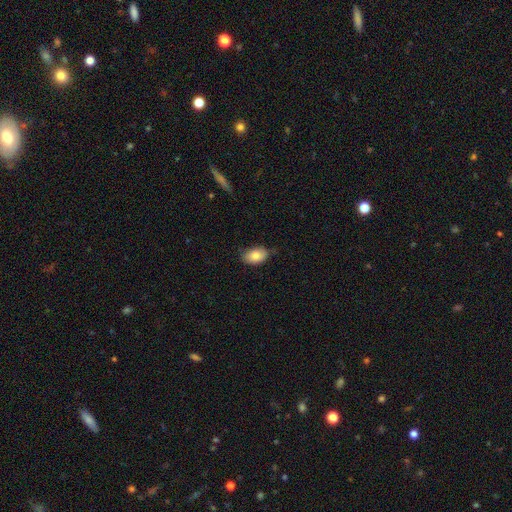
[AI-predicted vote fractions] This is clearly a smooth galaxy (84%). How rounded: clearly in between (89%). Merging: likely none (75%).